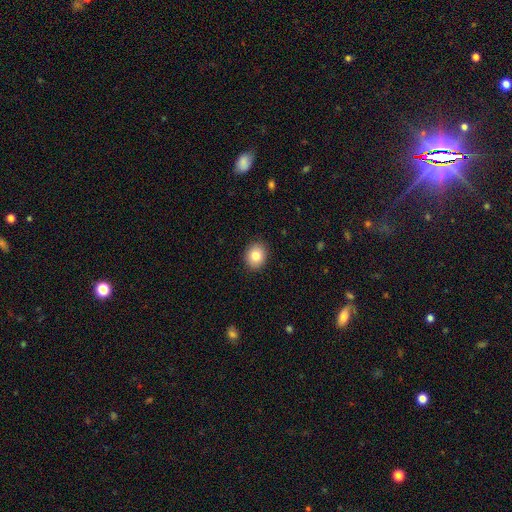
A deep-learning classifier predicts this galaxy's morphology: The model was most divided on "how rounded": round: 62%, in between: 38%, cigar-shaped: 1%. More confident: merging — none (91%); smooth or featured — smooth (82%).